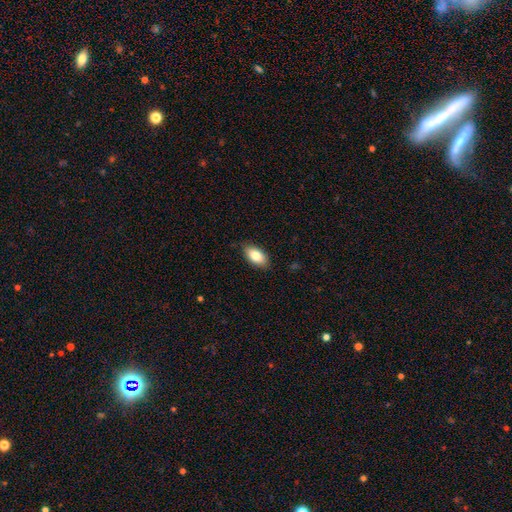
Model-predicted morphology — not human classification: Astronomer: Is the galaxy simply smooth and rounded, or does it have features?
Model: smooth — 81%.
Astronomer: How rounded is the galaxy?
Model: in between — 92%.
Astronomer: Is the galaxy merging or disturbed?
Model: none — 85%.